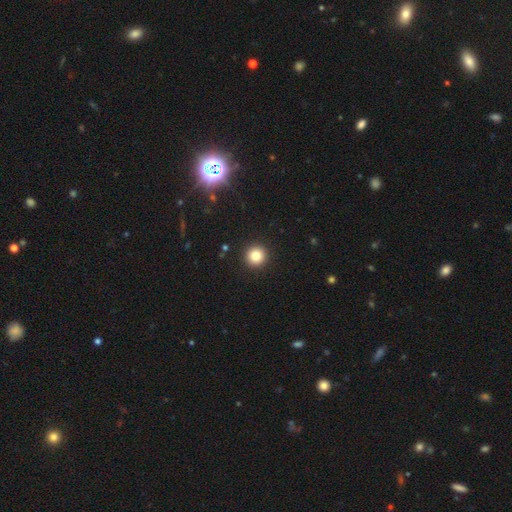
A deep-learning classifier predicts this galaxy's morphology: Overall: smooth (85%). How rounded: round (95%). Merging: none (93%).